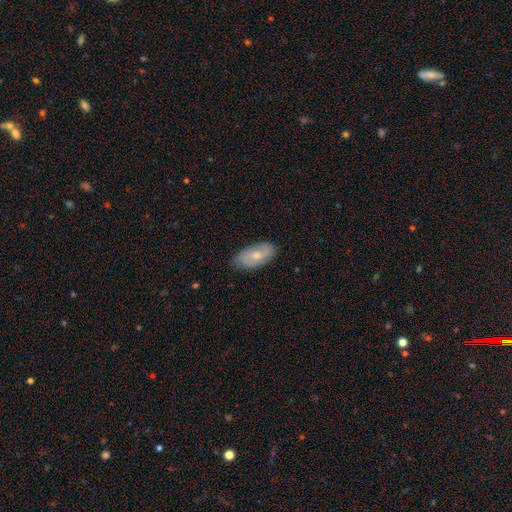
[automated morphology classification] A smooth galaxy with no disk features (48%). Merging: none (79%).